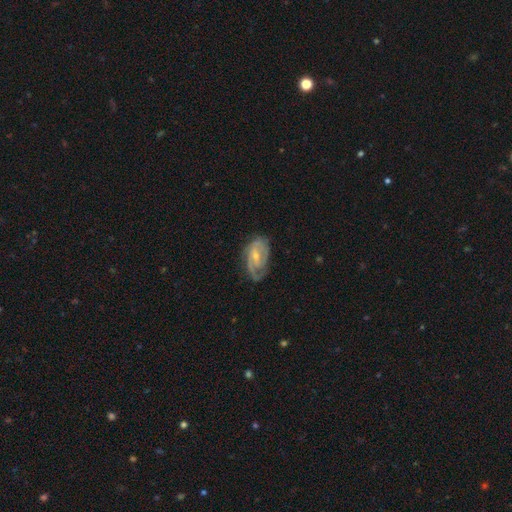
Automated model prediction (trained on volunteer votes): Q: Smooth or featured?
A: featured or disk (83%); runner-up: smooth (12%)
Q: Edge-on disk?
A: no (96%); runner-up: yes (4%)
Q: Bar?
A: weak (50%); runner-up: no (32%)
Q: Spiral arms?
A: yes (93%); runner-up: no (7%)
Q: Spiral winding?
A: tight (51%); runner-up: medium (38%)
Q: Spiral arm count?
A: 2 (59%); runner-up: can't tell (16%)
Q: Bulge size?
A: small (56%); runner-up: moderate (39%)
Q: Merging?
A: none (65%); runner-up: minor disturbance (23%)